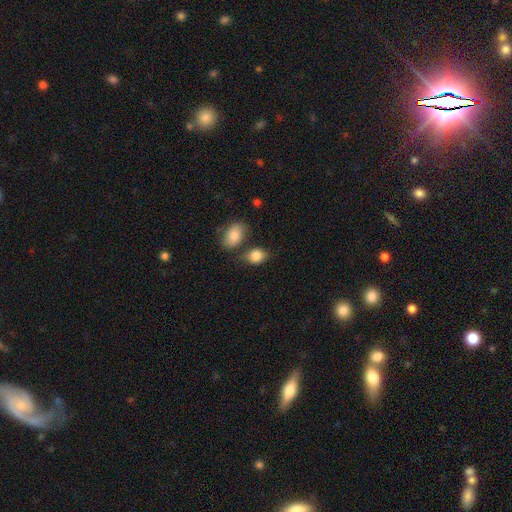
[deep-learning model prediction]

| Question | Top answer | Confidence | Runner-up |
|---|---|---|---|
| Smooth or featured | smooth | 85% | star or artifact (8%) |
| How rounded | in between | 69% | round (30%) |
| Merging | none | 56% | merger (21%) |